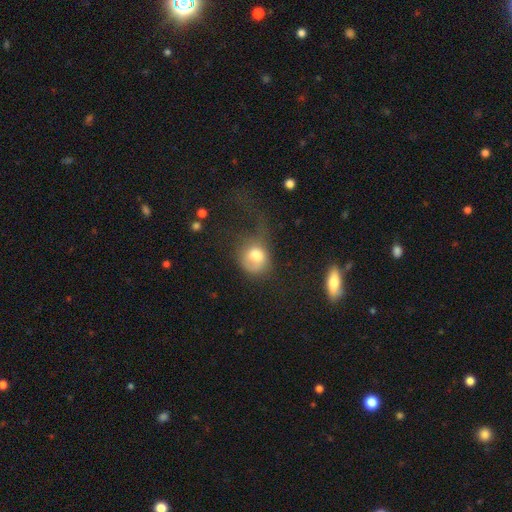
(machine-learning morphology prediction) Q: Smooth or featured?
A: smooth (71%); runner-up: featured or disk (20%)
Q: How rounded?
A: round (68%); runner-up: in between (31%)
Q: Merging?
A: major disturbance (49%); runner-up: none (25%)